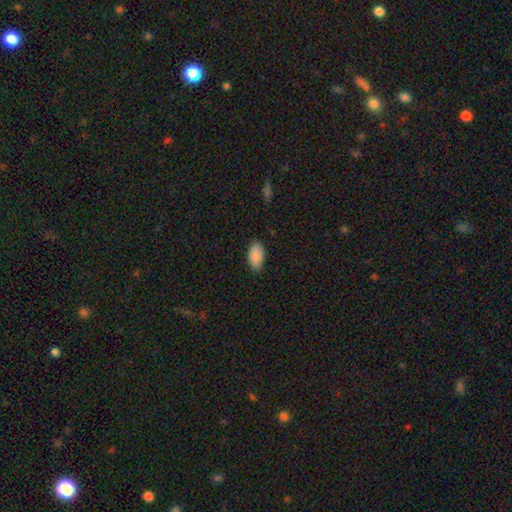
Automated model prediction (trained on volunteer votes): Smooth or featured: smooth — 89% (star or artifact — 7%)
How rounded: in between — 95% (round — 3%)
Merging: none — 83% (minor disturbance — 13%)